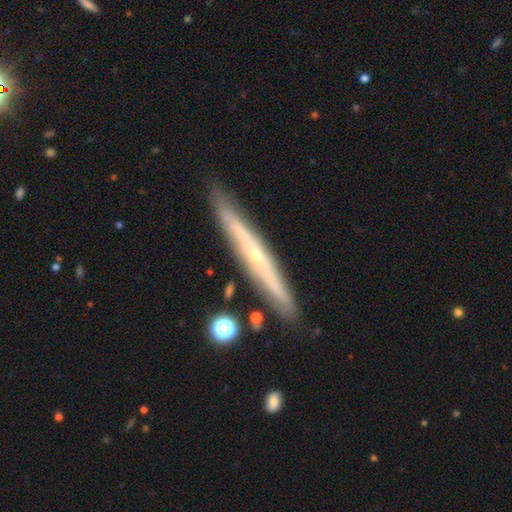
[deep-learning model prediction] Morphology: type=featured or disk (72%); edge-on=yes (88%); edge-on bulge=rounded (61%); merging=none (85%).